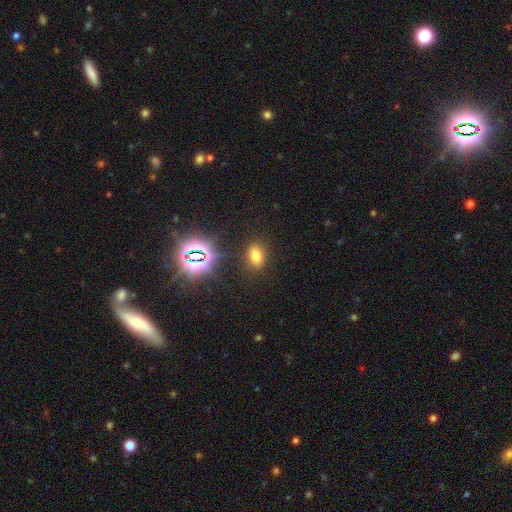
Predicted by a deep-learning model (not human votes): Smooth or featured: smooth — 68% (star or artifact — 24%)
How rounded: in between — 78% (round — 19%)
Merging: none — 85% (minor disturbance — 9%)